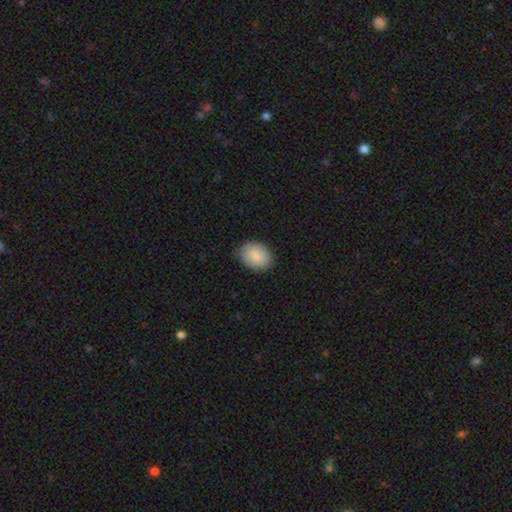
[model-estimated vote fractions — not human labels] This is clearly a smooth galaxy (86%). How rounded: likely in between (66%). Merging: clearly none (82%).